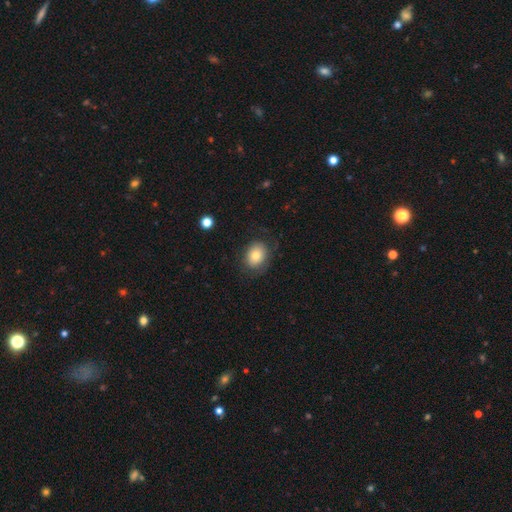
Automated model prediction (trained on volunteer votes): The model was most divided on "how rounded": in between: 53%, round: 46%, cigar-shaped: 1%. More confident: smooth or featured — smooth (77%); merging — none (76%).